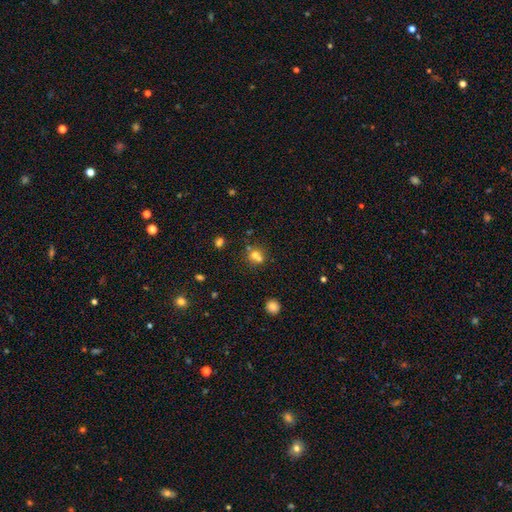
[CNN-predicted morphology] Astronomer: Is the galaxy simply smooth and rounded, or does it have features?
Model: smooth — 67%.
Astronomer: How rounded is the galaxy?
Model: round — 77%.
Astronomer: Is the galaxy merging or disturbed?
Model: merger — 48% (runner-up: none, 40%).